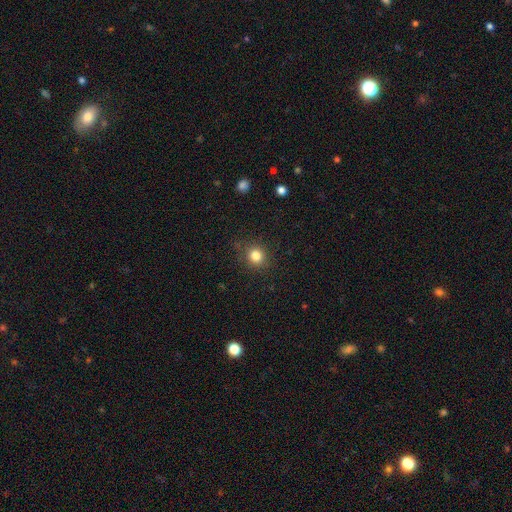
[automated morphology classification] Smooth or featured?
  - smooth: 83% *
  - star or artifact: 12%
  - featured or disk: 5%
How rounded?
  - round: 86% *
  - in between: 13%
  - cigar-shaped: 1%
Merging?
  - none: 87% *
  - minor disturbance: 9%
  - major disturbance: 3%
  - merger: 1%